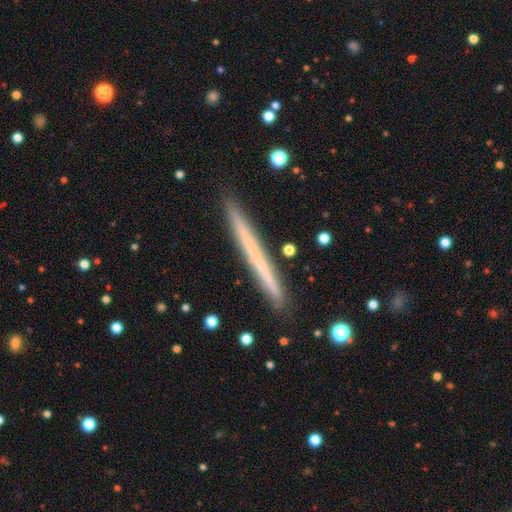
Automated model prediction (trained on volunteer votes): smooth-or-featured: smooth: 50% | featured or disk: 44% | star or artifact: 7%
  merging: none: 91% | minor disturbance: 7% | merger: 1% | major disturbance: 1%